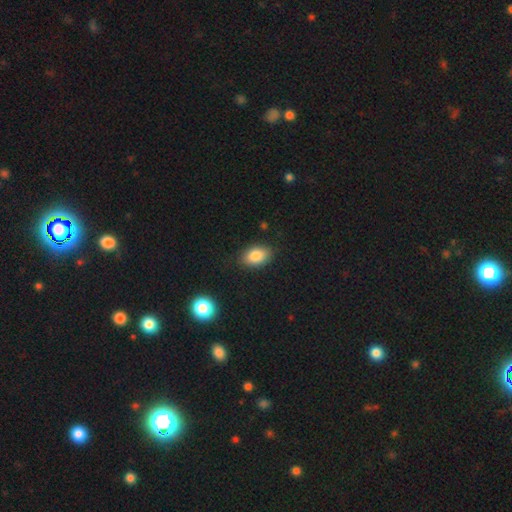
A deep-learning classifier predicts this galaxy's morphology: smooth-or-featured: smooth: 84% | star or artifact: 8% | featured or disk: 7%
  how-rounded: in between: 86% | round: 12% | cigar-shaped: 1%
  merging: none: 85% | minor disturbance: 11% | major disturbance: 2% | merger: 2%